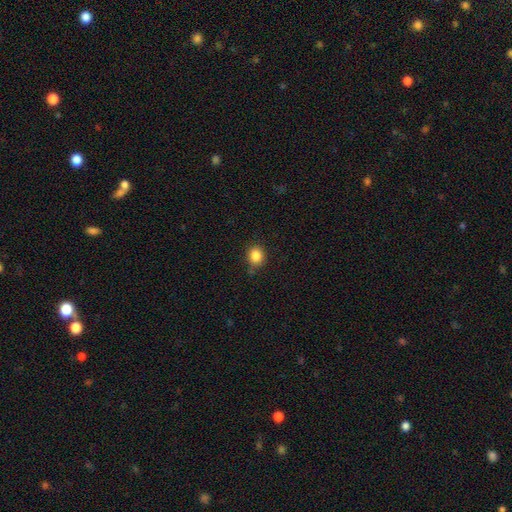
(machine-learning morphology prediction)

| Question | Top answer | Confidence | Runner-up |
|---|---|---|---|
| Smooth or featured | smooth | 85% | star or artifact (10%) |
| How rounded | round | 72% | in between (28%) |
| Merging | none | 81% | minor disturbance (14%) |